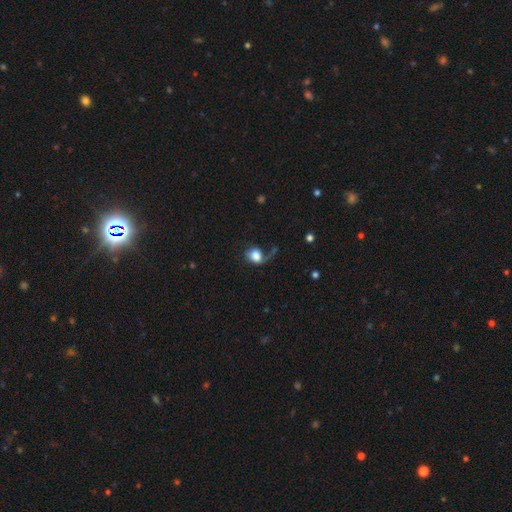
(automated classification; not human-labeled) Smooth or featured? smooth (72%)
How rounded? round (50%)
Merging? none (36%, tied with major disturbance)